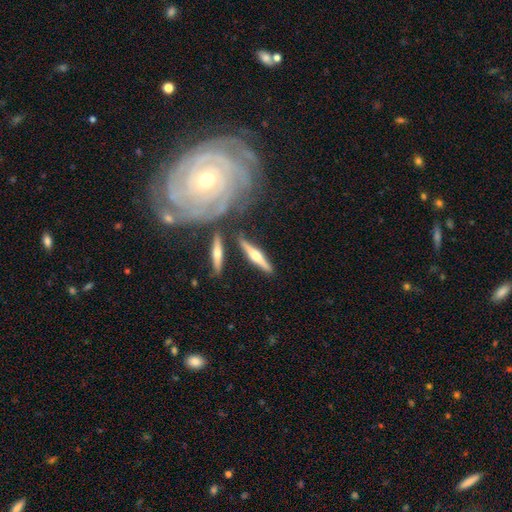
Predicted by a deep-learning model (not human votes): Smooth or featured? Predicted: featured or disk (p=0.65). Edge-on disk? Predicted: yes (p=0.95). Edge-on bulge? Predicted: rounded (p=0.88). Merging? Predicted: none (p=0.79).